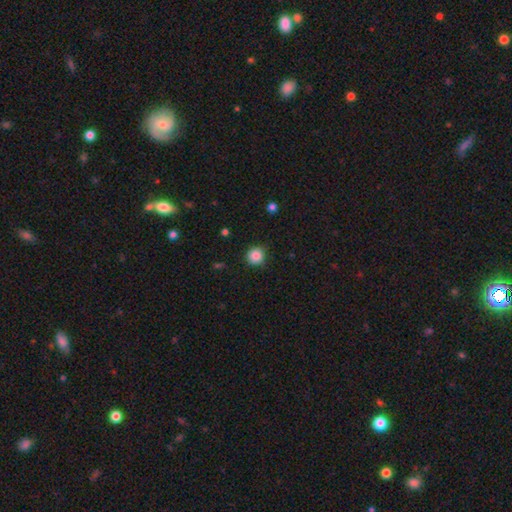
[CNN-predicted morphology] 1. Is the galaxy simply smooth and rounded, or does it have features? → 86% smooth, 10% star or artifact, 3% featured or disk.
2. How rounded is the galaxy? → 93% round, 6% in between, 1% cigar-shaped.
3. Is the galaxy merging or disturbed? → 88% none, 9% minor disturbance, 2% major disturbance, 1% merger.